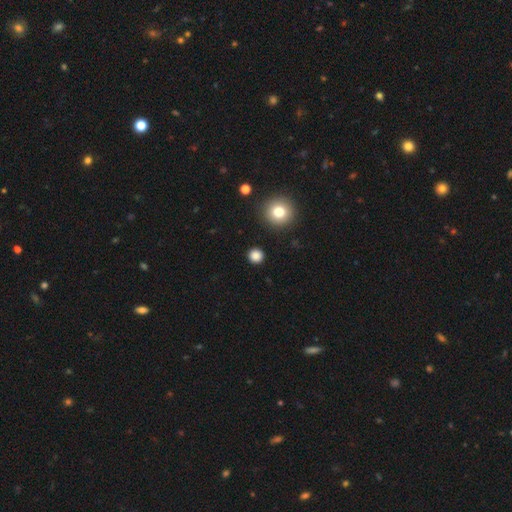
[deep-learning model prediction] Smooth or featured? smooth (84%)
How rounded? round (94%)
Merging? none (92%)